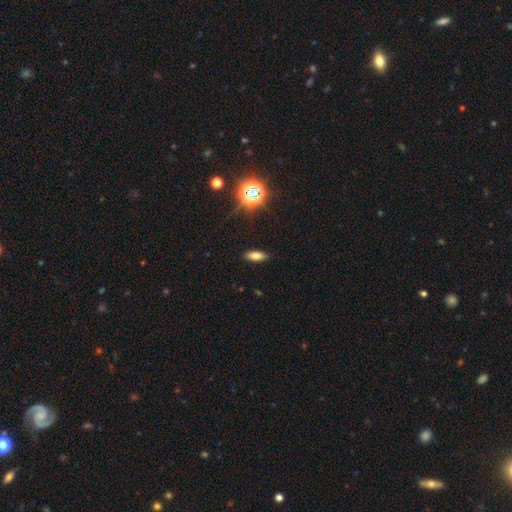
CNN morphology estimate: Smooth or featured? Predicted: smooth (p=0.71). How rounded? Predicted: in between (p=0.67). Merging? Predicted: none (p=0.89).